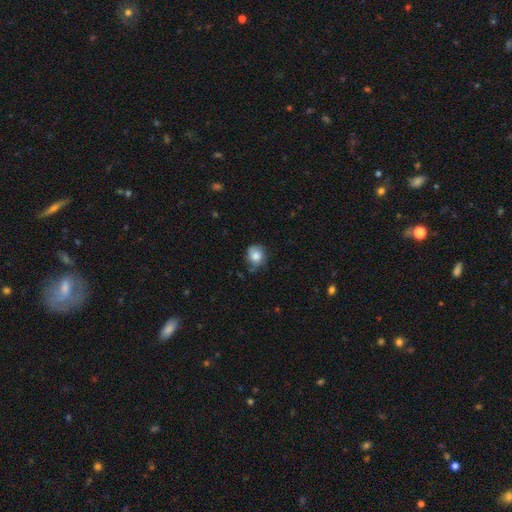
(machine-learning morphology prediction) Q: Smooth or featured?
A: smooth (78%); runner-up: featured or disk (13%)
Q: How rounded?
A: round (76%); runner-up: in between (23%)
Q: Merging?
A: none (66%); runner-up: minor disturbance (25%)